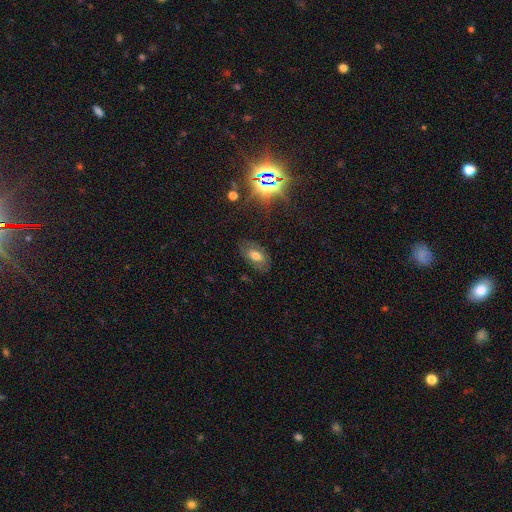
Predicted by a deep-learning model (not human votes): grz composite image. It shows a smooth galaxy with no disk features (55%) that is in between round and cigar-shaped (90%). Merging: none (78%).